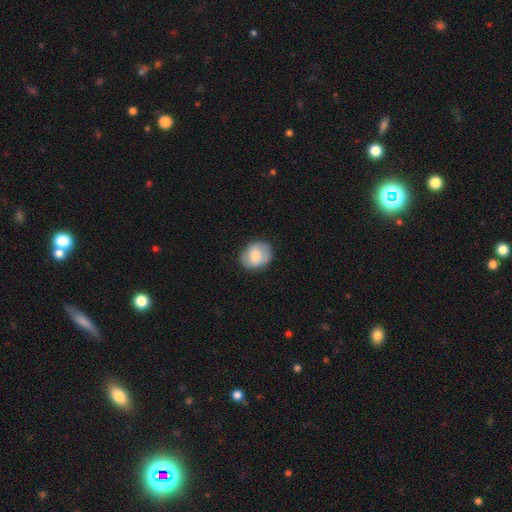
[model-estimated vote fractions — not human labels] Smooth or featured? smooth (71%)
How rounded? round (56%)
Merging? none (77%)